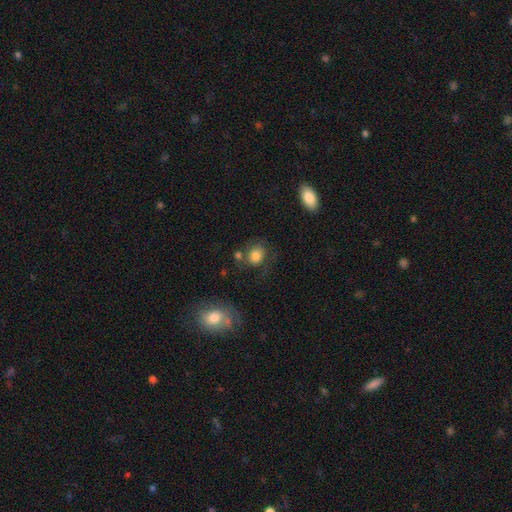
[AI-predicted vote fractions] This appears to be a smooth galaxy with no disk features (75%) that is round (60%). Merging: none (56%).